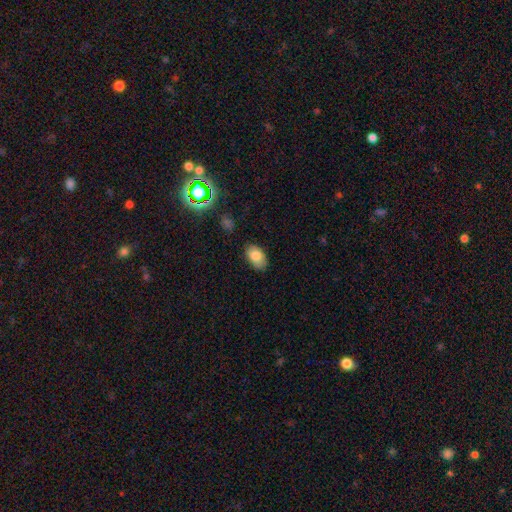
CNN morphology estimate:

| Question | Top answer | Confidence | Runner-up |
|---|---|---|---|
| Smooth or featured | smooth | 82% | star or artifact (9%) |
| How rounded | in between | 91% | round (8%) |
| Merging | none | 80% | minor disturbance (15%) |